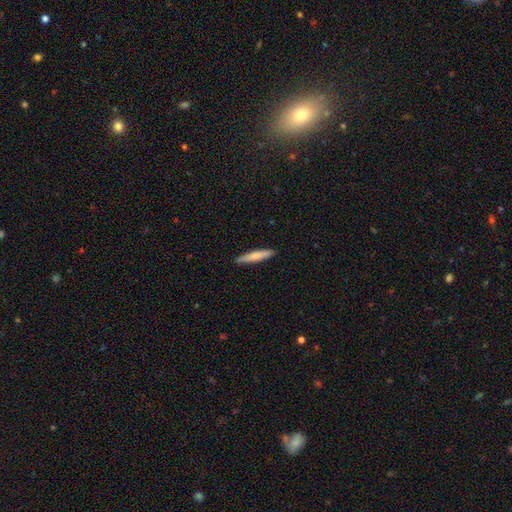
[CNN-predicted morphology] type=smooth (73%); roundness=cigar-shaped (91%); merging=none (91%).